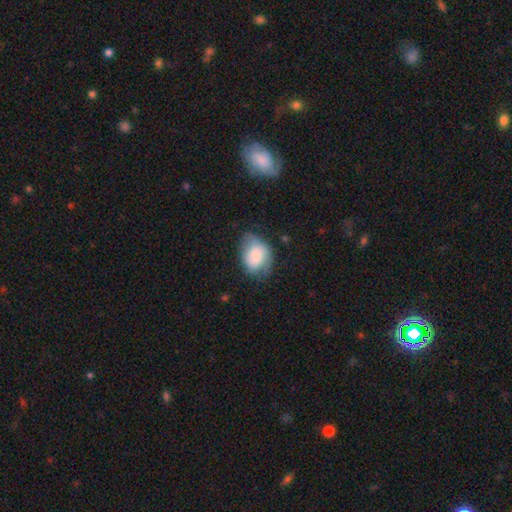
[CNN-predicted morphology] This is likely a smooth galaxy (66%). How rounded: likely in between (69%). Merging: possibly none (52%).